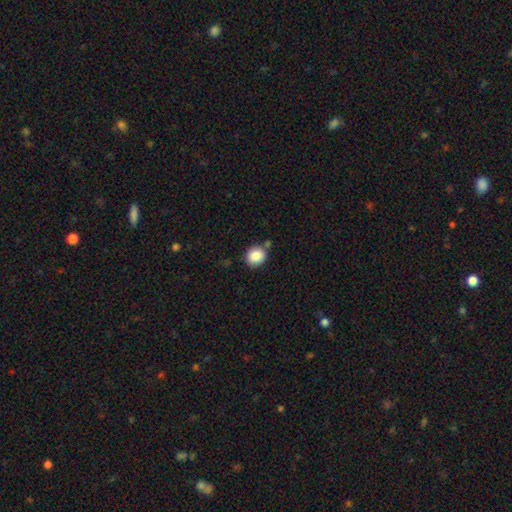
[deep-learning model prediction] Smooth or featured? Predicted: smooth (p=0.86). How rounded? Predicted: round (p=0.74). Merging? Predicted: none (p=0.77).